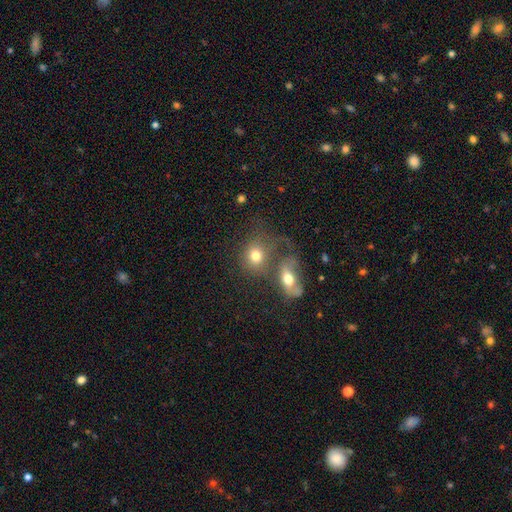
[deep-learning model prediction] A smooth galaxy with no disk features (71%) that is round (60%). Merging: merger (50%).